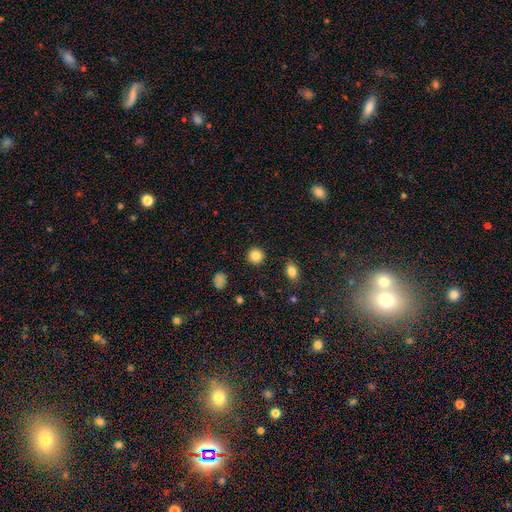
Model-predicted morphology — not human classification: type=smooth (84%); roundness=round (93%); merging=none (92%).